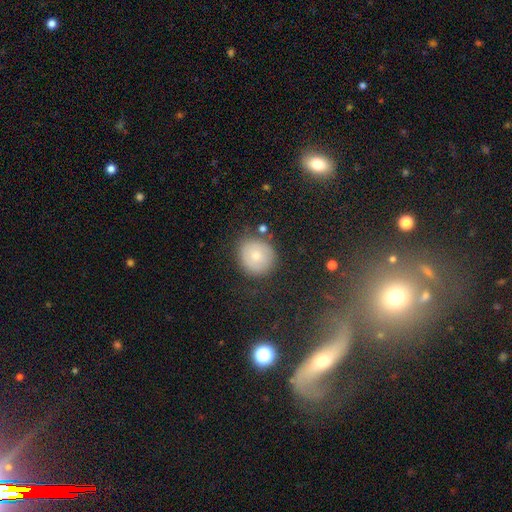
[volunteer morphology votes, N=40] Smooth or featured: smooth — 75% (featured or disk — 18%)
How rounded: round — 93% (in between — 7%)
Merging: none — 78% (minor disturbance — 19%)